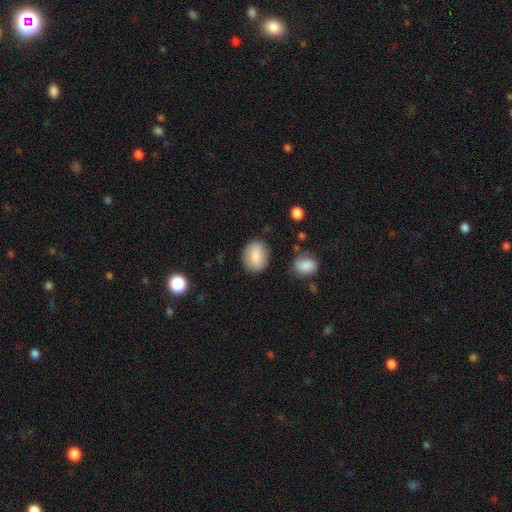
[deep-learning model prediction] Smooth or featured? smooth (83%)
How rounded? in between (58%)
Merging? none (82%)